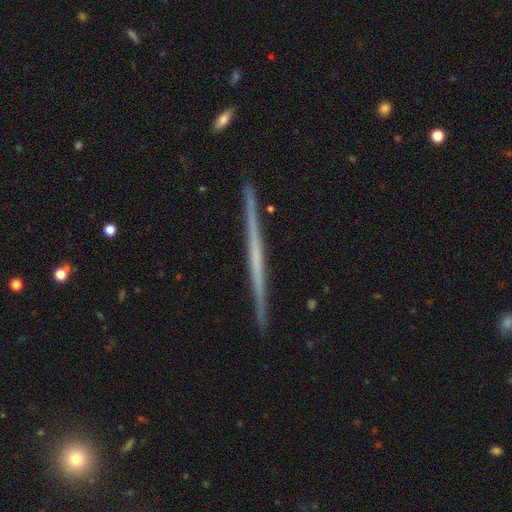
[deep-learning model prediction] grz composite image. It shows a featured or disk galaxy (69%) viewed edge-on (98%) with no central bulge (89%). Merging: none (93%).